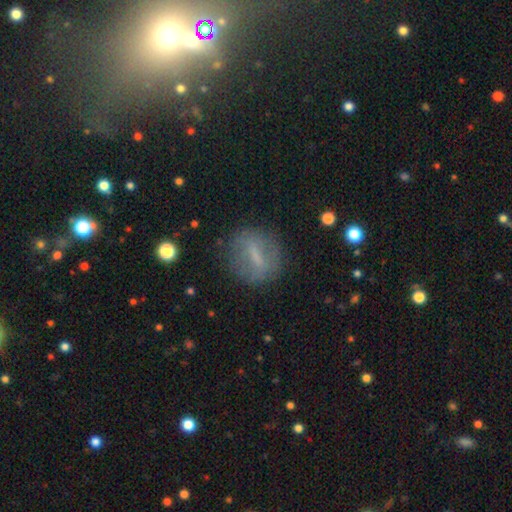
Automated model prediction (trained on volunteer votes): Morphology: type=smooth (47%); merging=none (80%).